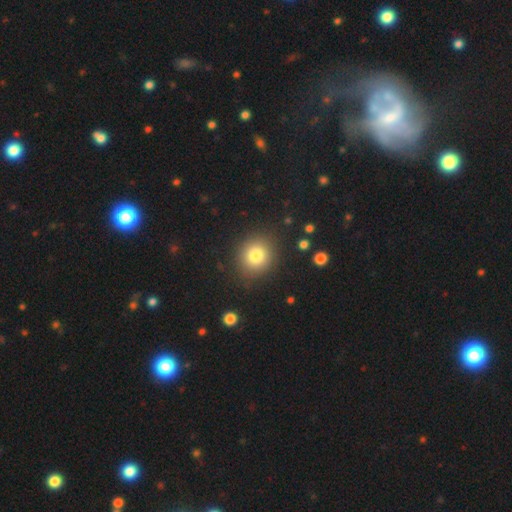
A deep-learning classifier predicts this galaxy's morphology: Smooth or featured?
  - smooth: 80% *
  - star or artifact: 12%
  - featured or disk: 8%
How rounded?
  - round: 84% *
  - in between: 15%
  - cigar-shaped: 1%
Merging?
  - none: 88% *
  - minor disturbance: 8%
  - major disturbance: 3%
  - merger: 2%